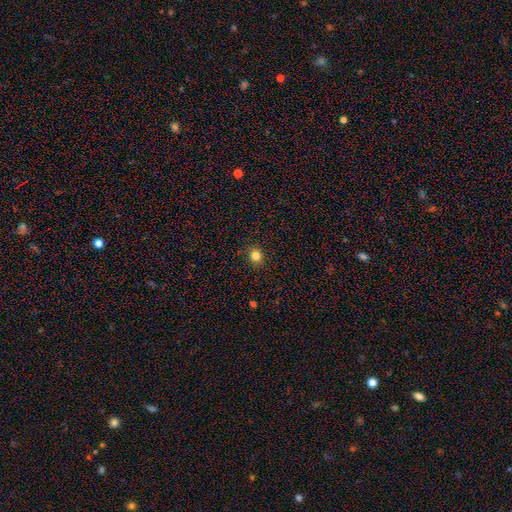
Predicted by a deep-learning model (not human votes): Morphology: type=smooth (82%); roundness=round (82%); merging=none (90%).